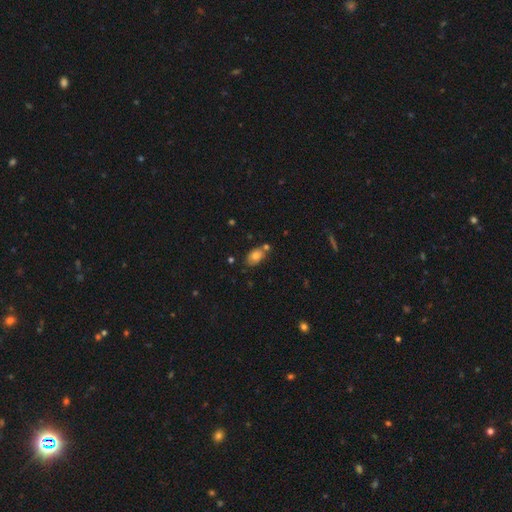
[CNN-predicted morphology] Smooth or featured?
  - smooth: 76% *
  - featured or disk: 14%
  - star or artifact: 10%
How rounded?
  - in between: 84% *
  - round: 14%
  - cigar-shaped: 2%
Merging?
  - none: 63% *
  - minor disturbance: 17%
  - merger: 16%
  - major disturbance: 4%